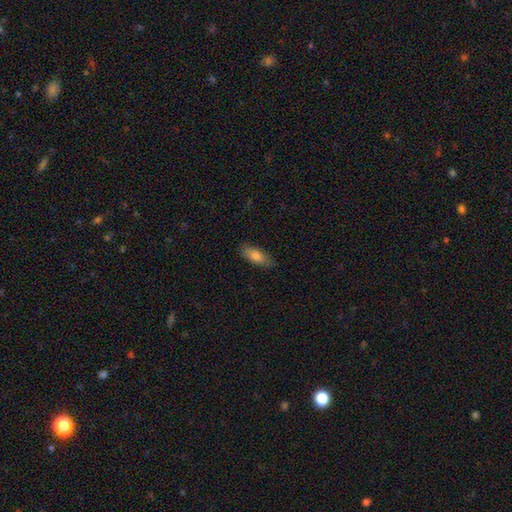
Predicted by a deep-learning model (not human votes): Smooth or featured?
  - smooth: 79% *
  - featured or disk: 14%
  - star or artifact: 7%
How rounded?
  - in between: 78% *
  - cigar-shaped: 20%
  - round: 2%
Merging?
  - none: 82% *
  - minor disturbance: 14%
  - major disturbance: 3%
  - merger: 1%